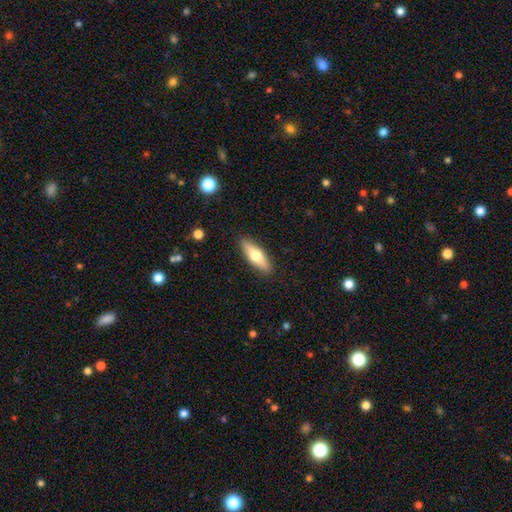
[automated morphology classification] smooth-or-featured: smooth: 66% | featured or disk: 28% | star or artifact: 6%
  how-rounded: in between: 59% | cigar-shaped: 39% | round: 2%
  merging: none: 89% | minor disturbance: 9% | major disturbance: 2% | merger: 1%